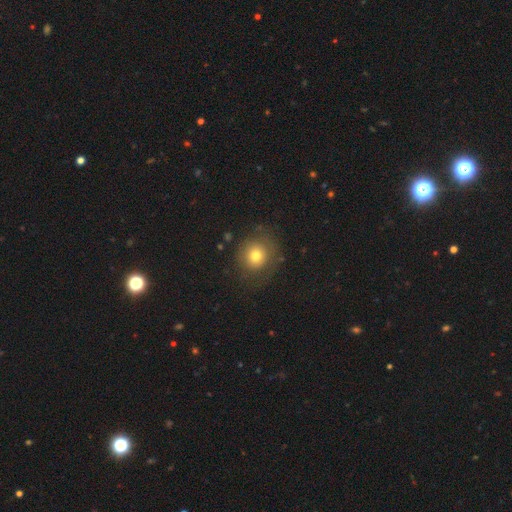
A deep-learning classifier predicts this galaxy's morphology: smooth_or_featured: smooth (p=0.73) [alt: featured or disk p=0.15]
how_rounded: round (p=0.87) [alt: in between p=0.12]
merging: none (p=0.76) [alt: minor disturbance p=0.15]